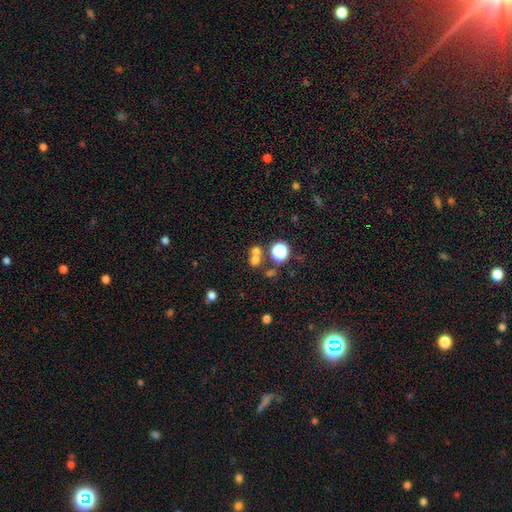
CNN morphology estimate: smooth_or_featured: smooth (p=0.62) [alt: star or artifact p=0.26]
how_rounded: round (p=0.71) [alt: in between p=0.27]
merging: merger (p=0.45) [alt: none p=0.43]